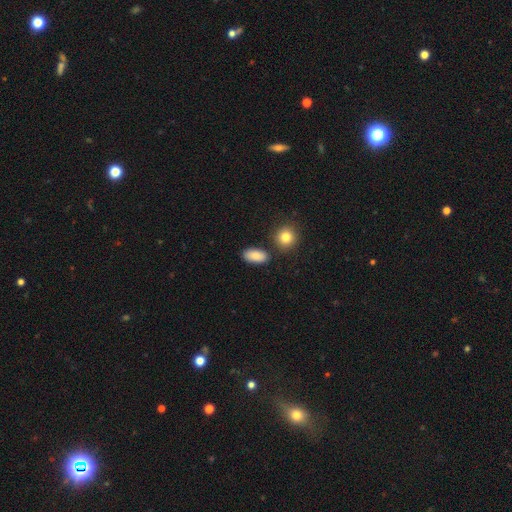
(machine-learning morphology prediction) Smooth or featured? Predicted: smooth (p=0.87). How rounded? Predicted: in between (p=0.91). Merging? Predicted: none (p=0.81).